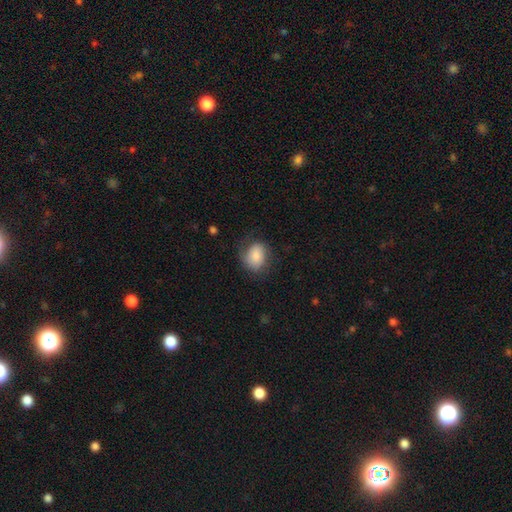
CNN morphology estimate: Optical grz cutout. It shows a smooth galaxy with no disk features (76%) that is in between round and cigar-shaped (58%). Merging: none (62%).